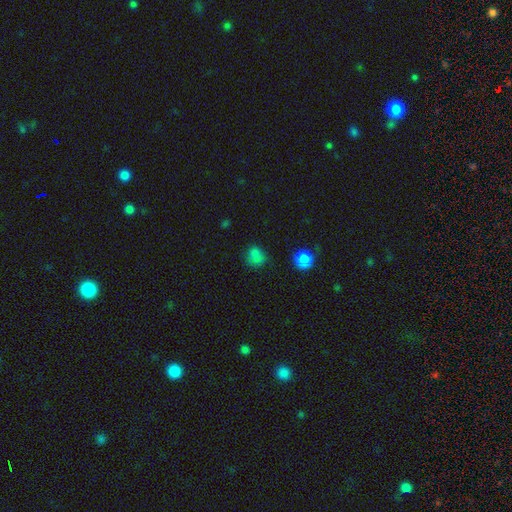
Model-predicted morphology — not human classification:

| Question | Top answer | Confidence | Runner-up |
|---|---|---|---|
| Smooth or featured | smooth | 74% | star or artifact (17%) |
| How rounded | round | 75% | in between (24%) |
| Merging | none | 59% | minor disturbance (18%) |